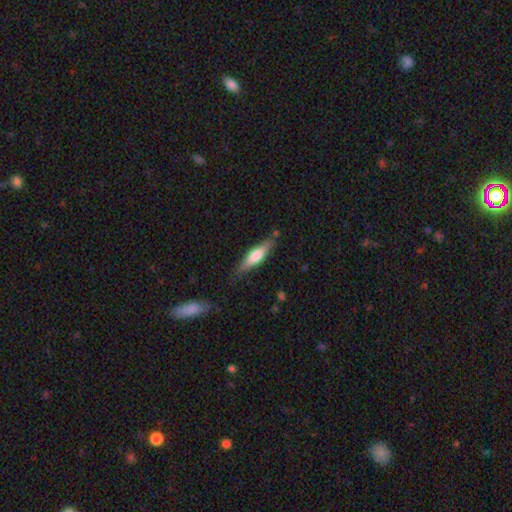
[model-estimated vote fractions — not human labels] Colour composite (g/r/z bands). It shows a smooth galaxy with no disk features (55%) that is cigar-shaped (68%). Merging: none (78%).